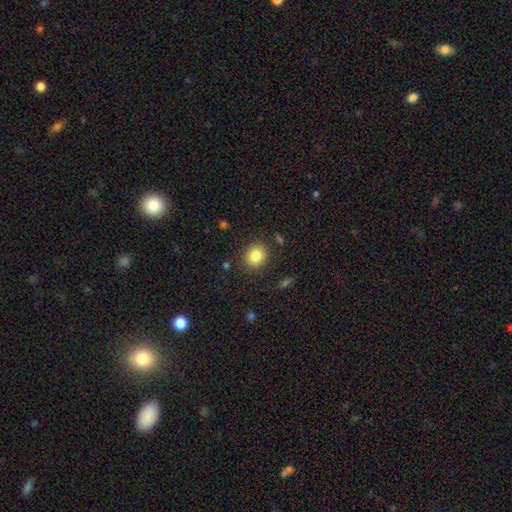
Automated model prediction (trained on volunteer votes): Smooth or featured? smooth (83%)
How rounded? round (74%)
Merging? none (87%)